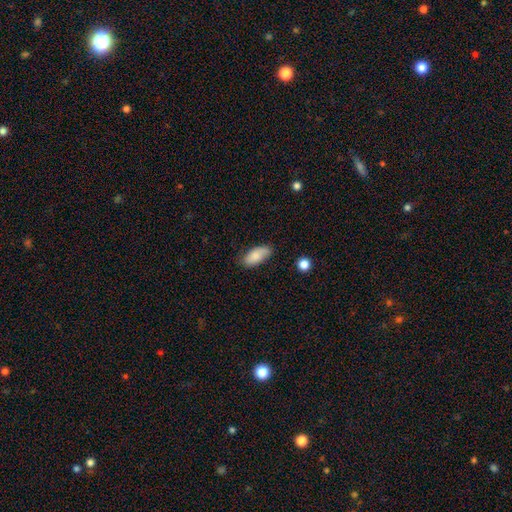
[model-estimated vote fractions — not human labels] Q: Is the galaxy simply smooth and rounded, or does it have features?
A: smooth — 82%.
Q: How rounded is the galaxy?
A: in between — 89%.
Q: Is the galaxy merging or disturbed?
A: none — 72%.